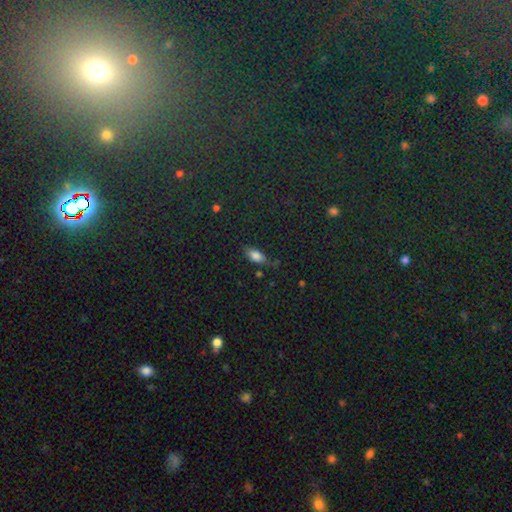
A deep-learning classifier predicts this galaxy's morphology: Smooth or featured? smooth (78%)
How rounded? in between (85%)
Merging? none (69%)